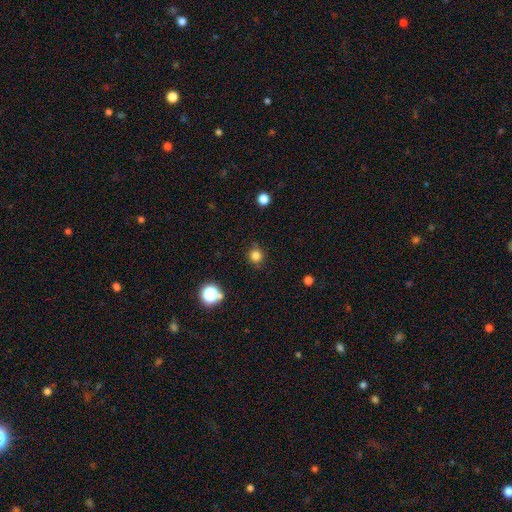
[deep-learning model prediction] smooth_or_featured: smooth (p=0.81) [alt: star or artifact p=0.15]
how_rounded: round (p=0.89) [alt: in between p=0.10]
merging: none (p=0.82) [alt: minor disturbance p=0.13]